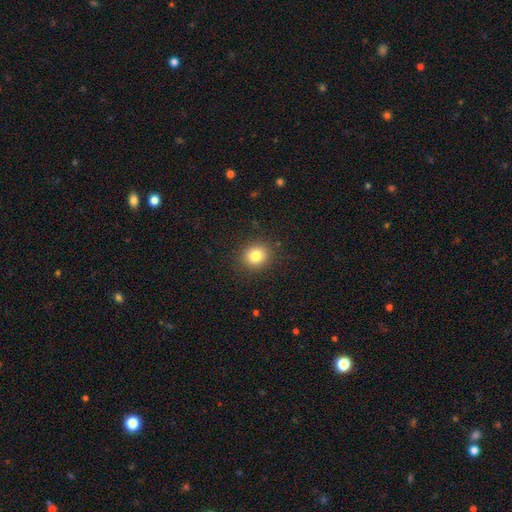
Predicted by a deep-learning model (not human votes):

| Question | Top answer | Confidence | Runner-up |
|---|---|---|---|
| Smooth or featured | smooth | 82% | star or artifact (12%) |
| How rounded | round | 83% | in between (16%) |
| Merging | none | 89% | minor disturbance (7%) |